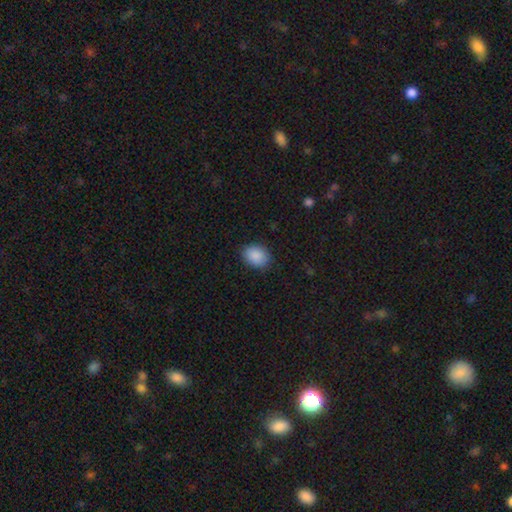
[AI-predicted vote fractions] smooth-or-featured: smooth: 89% | star or artifact: 7% | featured or disk: 4%
  how-rounded: in between: 61% | round: 38% | cigar-shaped: 1%
  merging: none: 86% | minor disturbance: 11% | major disturbance: 3% | merger: 1%